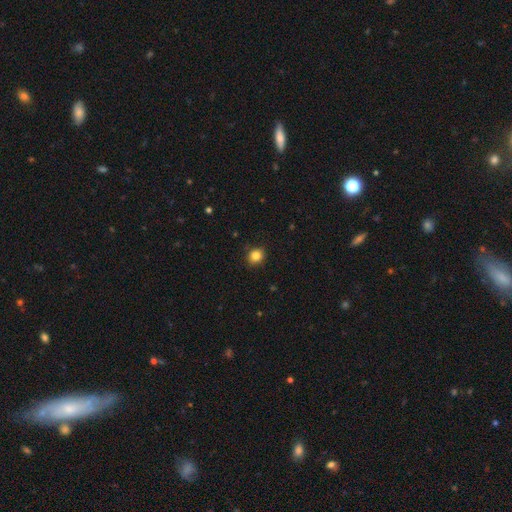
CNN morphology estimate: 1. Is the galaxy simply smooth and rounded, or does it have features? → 85% smooth, 11% star or artifact, 4% featured or disk.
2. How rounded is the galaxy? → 80% round, 19% in between, 1% cigar-shaped.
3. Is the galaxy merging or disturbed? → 88% none, 9% minor disturbance, 2% major disturbance, 1% merger.